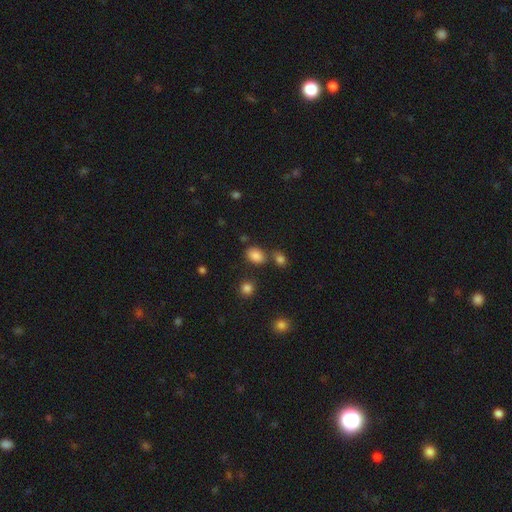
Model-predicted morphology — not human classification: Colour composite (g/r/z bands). It shows a smooth galaxy with no disk features (83%) that is in between round and cigar-shaped (69%). Merging: none (69%).